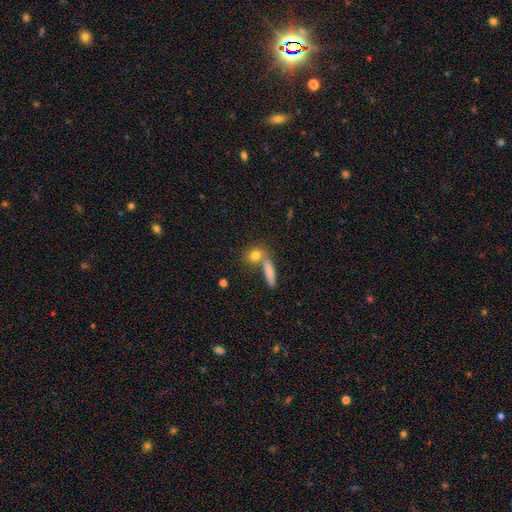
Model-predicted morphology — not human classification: A smooth galaxy with no disk features (78%) that is round (59%).

Vote fractions:
- Smooth or featured? smooth: 78% / featured or disk: 13% / star or artifact: 10%
- How rounded? round: 59% / in between: 26% / cigar-shaped: 15%
- Merging? none: 53% / merger: 33% / minor disturbance: 9% / major disturbance: 4%